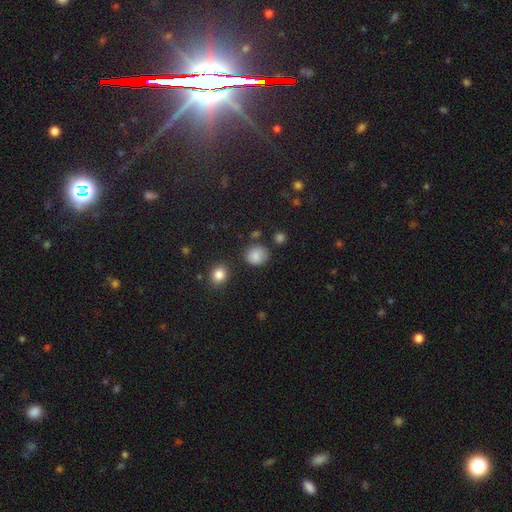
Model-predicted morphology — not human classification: A smooth galaxy with no disk features (85%) that is round (76%). Merging: none (77%).